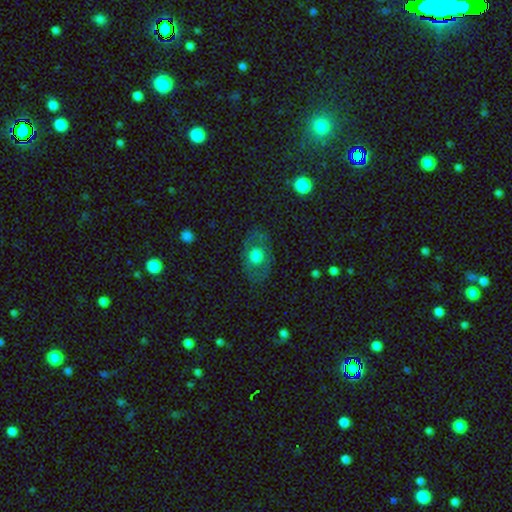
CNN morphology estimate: A smooth galaxy with no disk features (54%) that is in between round and cigar-shaped (68%).

Vote fractions:
- Smooth or featured? smooth: 54% / featured or disk: 37% / star or artifact: 9%
- How rounded? in between: 68% / round: 31% / cigar-shaped: 1%
- Merging? none: 80% / minor disturbance: 13% / major disturbance: 6% / merger: 1%